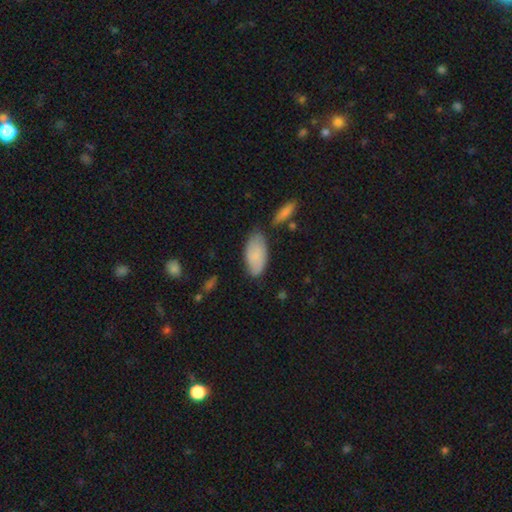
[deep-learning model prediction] Smooth or featured? Predicted: smooth (p=0.79). How rounded? Predicted: in between (p=0.92). Merging? Predicted: none (p=0.65).